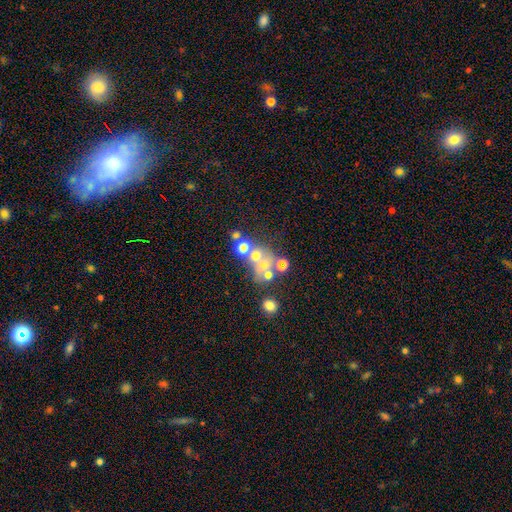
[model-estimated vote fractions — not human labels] This is possibly a smooth galaxy (47%). Merging: possibly merger (46%).